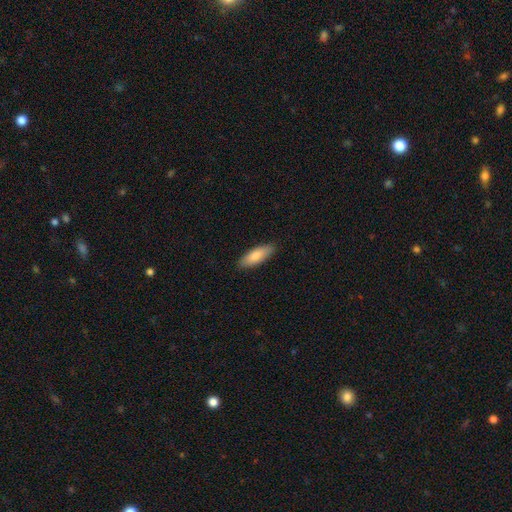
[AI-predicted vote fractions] The model was most divided on "how rounded": in between: 62%, cigar-shaped: 36%, round: 2%. More confident: merging — none (88%); smooth or featured — smooth (83%).